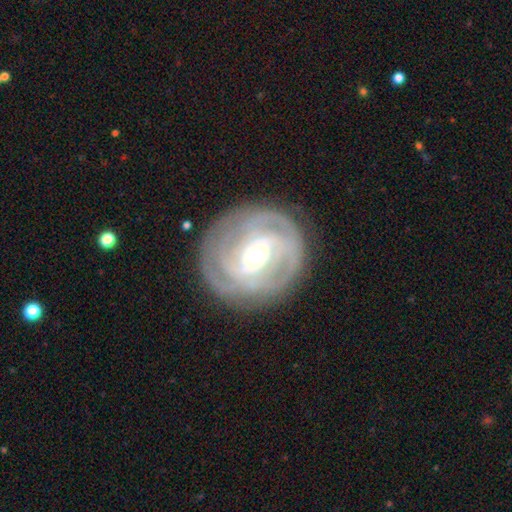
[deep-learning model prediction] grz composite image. It shows a featured or disk galaxy (86%) with a weak bar (48%), 3 (27%, tied with can't tell) tight (77%) spiral arms (95%) and a moderate central bulge (65%). Merging: none (83%).